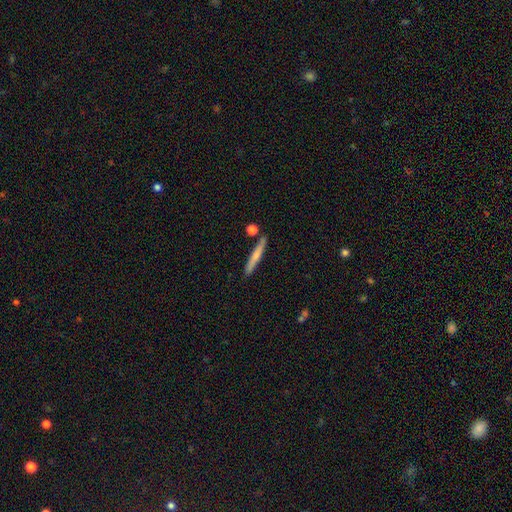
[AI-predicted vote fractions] This appears to be a smooth galaxy with no disk features (63%) that is cigar-shaped (95%). Merging: none (82%).